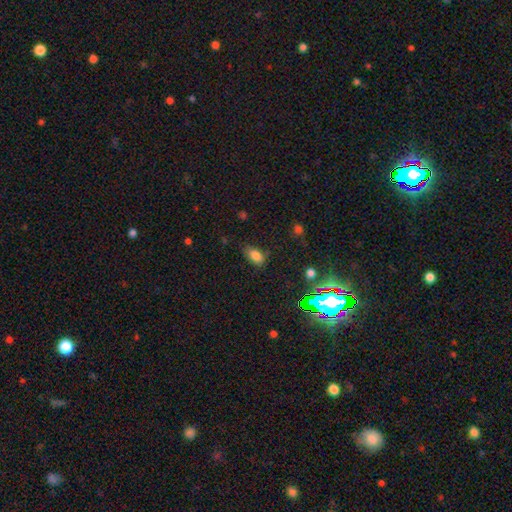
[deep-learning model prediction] A smooth galaxy with no disk features (78%) that is in between round and cigar-shaped (88%).

Vote fractions:
- Smooth or featured? smooth: 78% / star or artifact: 15% / featured or disk: 7%
- How rounded? in between: 88% / round: 8% / cigar-shaped: 3%
- Merging? none: 71% / minor disturbance: 21% / major disturbance: 5% / merger: 2%